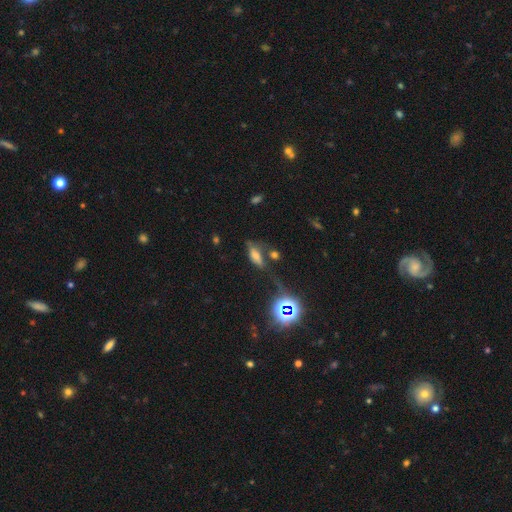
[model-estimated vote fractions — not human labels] Smooth or featured: smooth — 53% (star or artifact — 25%)
How rounded: in between — 67% (cigar-shaped — 27%)
Merging: none — 47% (minor disturbance — 24%)